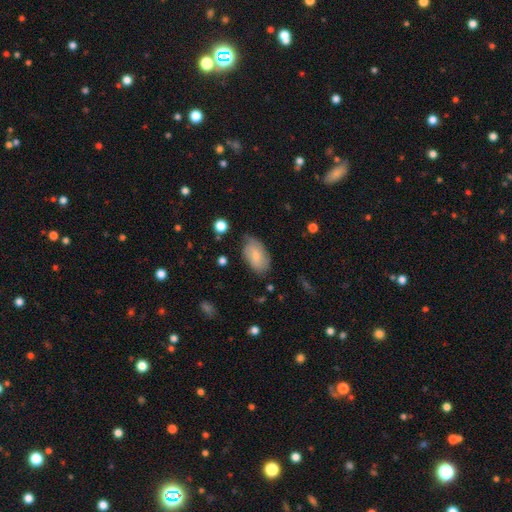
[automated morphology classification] Q: Smooth or featured?
A: smooth (69%); runner-up: featured or disk (24%)
Q: How rounded?
A: in between (93%); runner-up: round (6%)
Q: Merging?
A: none (63%); runner-up: minor disturbance (29%)